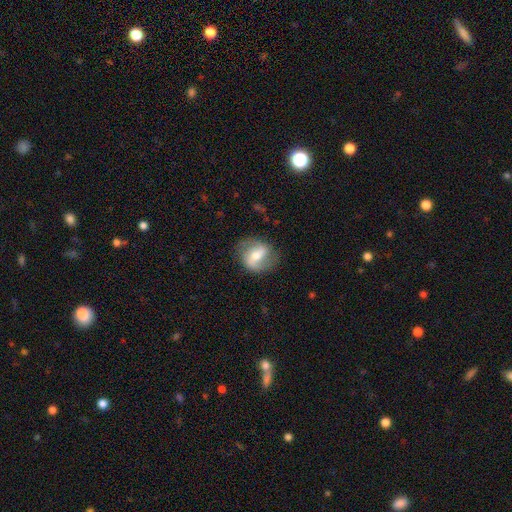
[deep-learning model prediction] Morphology: type=featured or disk (72%); edge-on=no (96%); bar=weak (44%); spiral arms=yes (88%); winding=loose (45%); arm count=2 (86%); bulge=moderate (60%); merging=none (77%).